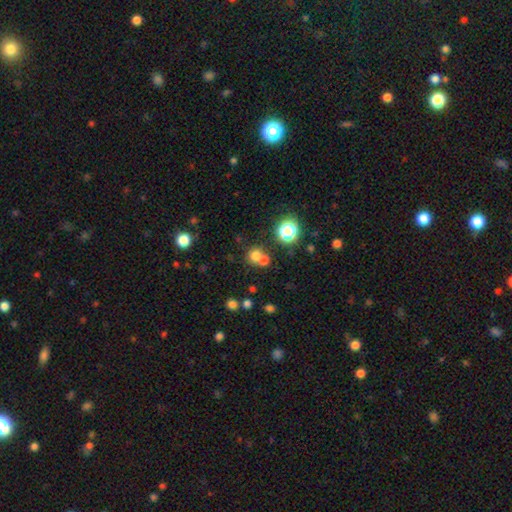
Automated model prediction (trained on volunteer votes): Smooth or featured? smooth (69%)
How rounded? round (84%)
Merging? none (49%)